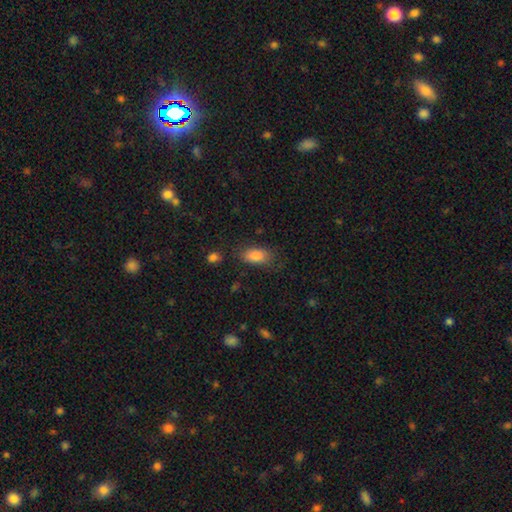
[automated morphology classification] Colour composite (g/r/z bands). It shows a smooth galaxy with no disk features (85%) that is in between round and cigar-shaped (89%). Merging: none (76%).